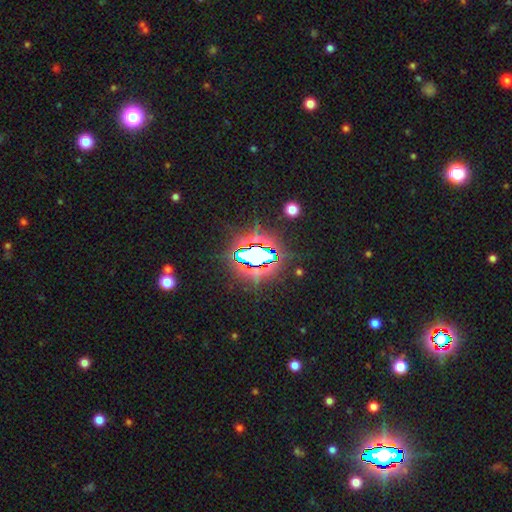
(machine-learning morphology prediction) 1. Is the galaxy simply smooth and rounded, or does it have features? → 76% star or artifact, 14% smooth, 10% featured or disk.